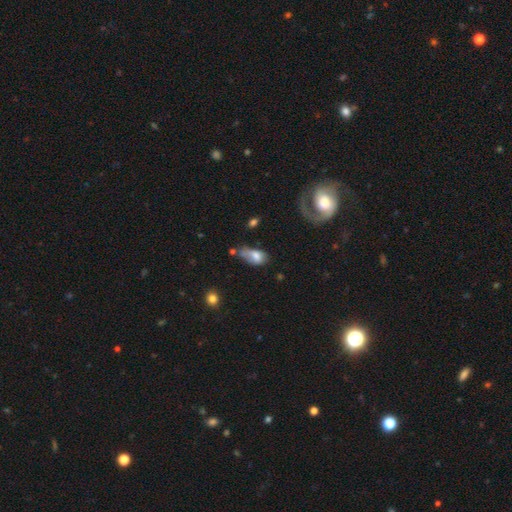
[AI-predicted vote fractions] Smooth or featured?
  - smooth: 65% *
  - featured or disk: 26%
  - star or artifact: 9%
How rounded?
  - in between: 89% *
  - round: 7%
  - cigar-shaped: 4%
Merging?
  - minor disturbance: 32% *
  - major disturbance: 29%
  - none: 26%
  - merger: 13%